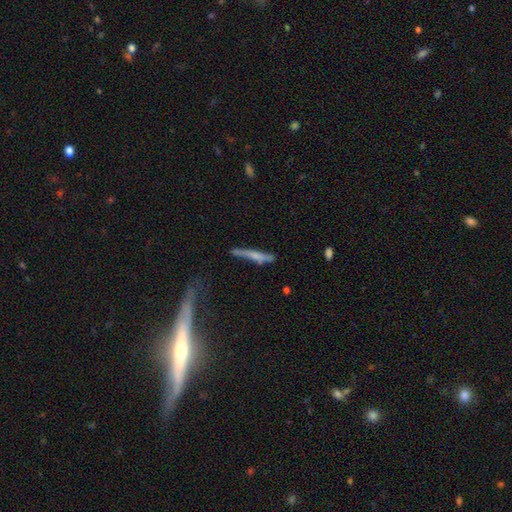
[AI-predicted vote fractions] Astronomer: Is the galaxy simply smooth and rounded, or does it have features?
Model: smooth — 49% (runner-up: featured or disk, 44%).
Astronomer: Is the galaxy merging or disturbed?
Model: none — 64%.